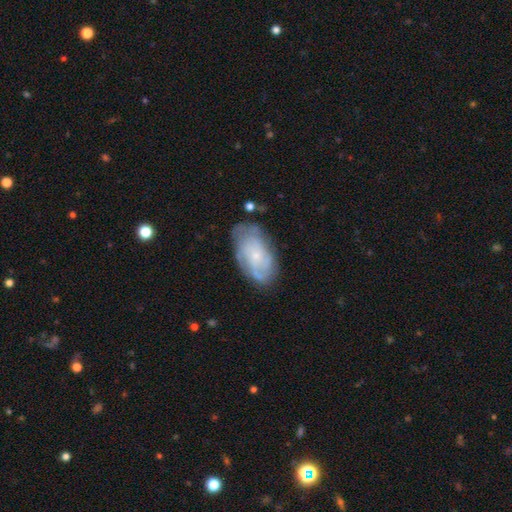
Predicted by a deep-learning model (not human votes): A featured or disk galaxy (64%) with no bar (81%), spiral arms (78%) and a small central bulge (77%).

Vote fractions:
- Smooth or featured? featured or disk: 64% / smooth: 30% / star or artifact: 7%
- Edge-on disk? no: 95% / yes: 5%
- Bar? no: 81% / weak: 16% / strong: 3%
- Spiral arms? yes: 78% / no: 22%
- Bulge size? small: 77% / moderate: 16% / none: 4% / large: 1% / dominant: 1%
- Merging? none: 67% / minor disturbance: 23% / major disturbance: 8% / merger: 2%